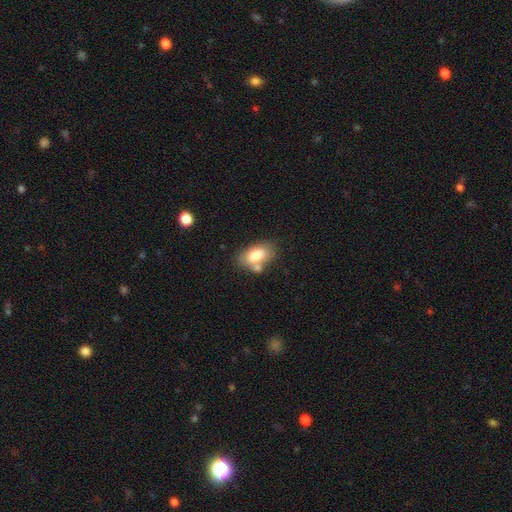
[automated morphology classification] Overall: smooth (76%). How rounded: in between (91%). Merging: none (56%; merger 22%).